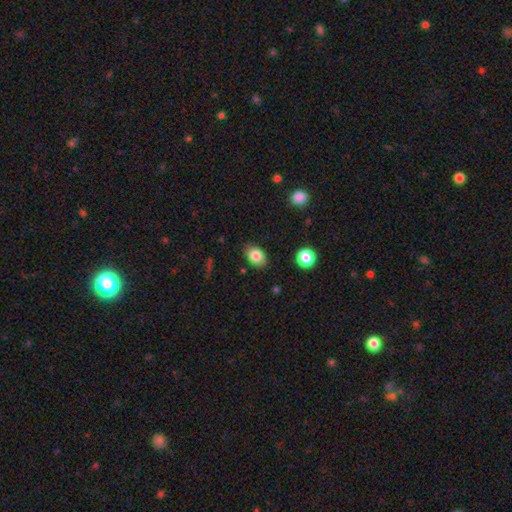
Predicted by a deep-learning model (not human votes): Smooth or featured?
  - smooth: 84% *
  - star or artifact: 9%
  - featured or disk: 8%
How rounded?
  - in between: 77% *
  - round: 22%
  - cigar-shaped: 1%
Merging?
  - none: 83% *
  - minor disturbance: 13%
  - major disturbance: 3%
  - merger: 2%